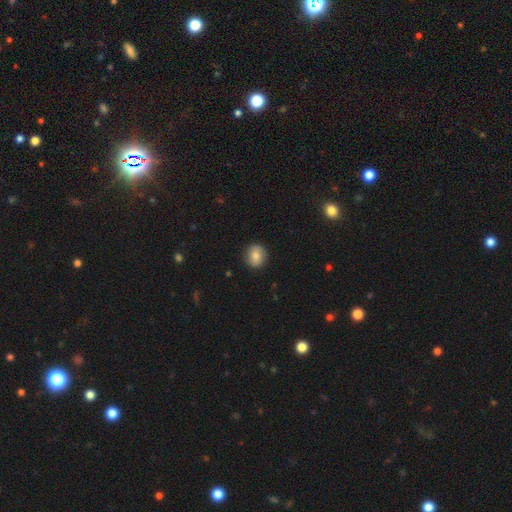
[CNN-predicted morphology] Q: Smooth or featured?
A: smooth (77%); runner-up: featured or disk (14%)
Q: How rounded?
A: round (81%); runner-up: in between (18%)
Q: Merging?
A: none (88%); runner-up: minor disturbance (9%)